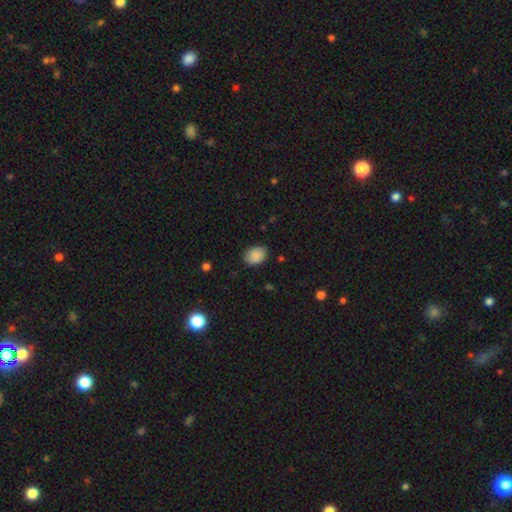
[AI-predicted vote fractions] Smooth or featured: smooth — 88% (star or artifact — 8%)
How rounded: in between — 69% (round — 30%)
Merging: none — 82% (minor disturbance — 14%)